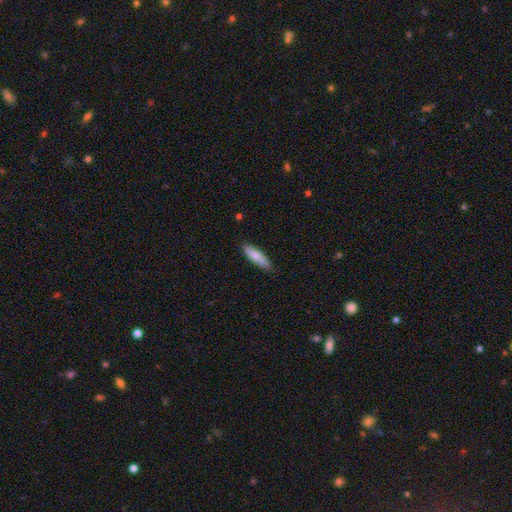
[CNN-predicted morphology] smooth 82%, featured or disk 13%, star or artifact 6%. Down the decision tree: how rounded — cigar-shaped (58%); merging — none (84%).